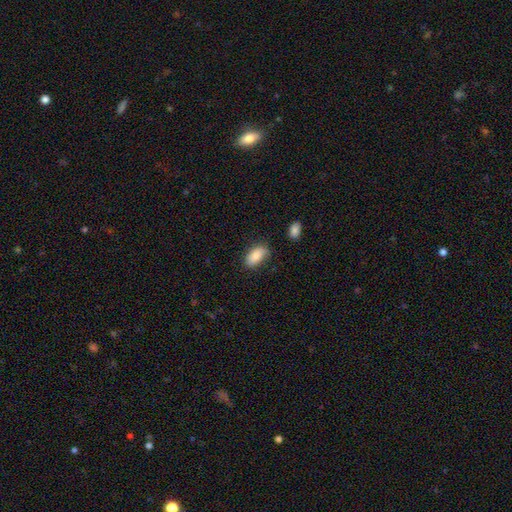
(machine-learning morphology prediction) Smooth or featured?
  - smooth: 86% *
  - star or artifact: 7%
  - featured or disk: 7%
How rounded?
  - in between: 93% *
  - round: 4%
  - cigar-shaped: 3%
Merging?
  - none: 71% *
  - minor disturbance: 22%
  - major disturbance: 5%
  - merger: 3%